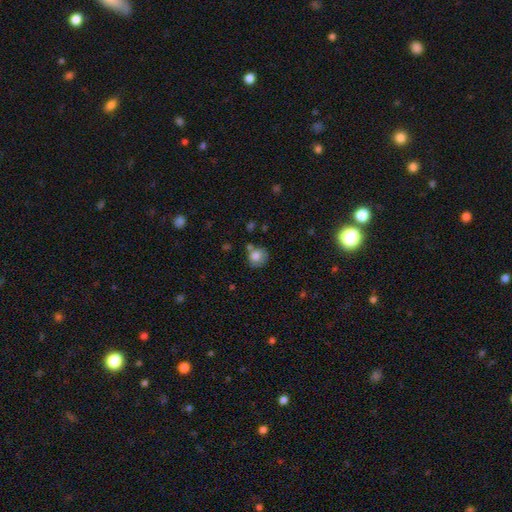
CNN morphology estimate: Smooth or featured?
  - smooth: 80% *
  - featured or disk: 10%
  - star or artifact: 10%
How rounded?
  - round: 78% *
  - in between: 21%
  - cigar-shaped: 1%
Merging?
  - none: 64% *
  - minor disturbance: 19%
  - merger: 12%
  - major disturbance: 5%